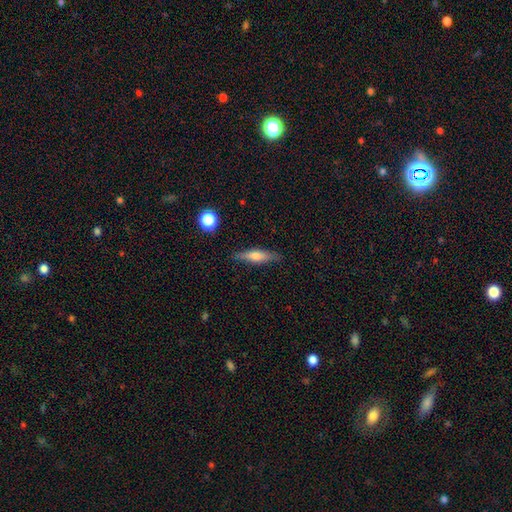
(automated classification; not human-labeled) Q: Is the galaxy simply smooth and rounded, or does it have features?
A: featured or disk — 48%.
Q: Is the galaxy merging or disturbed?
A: none — 86%.